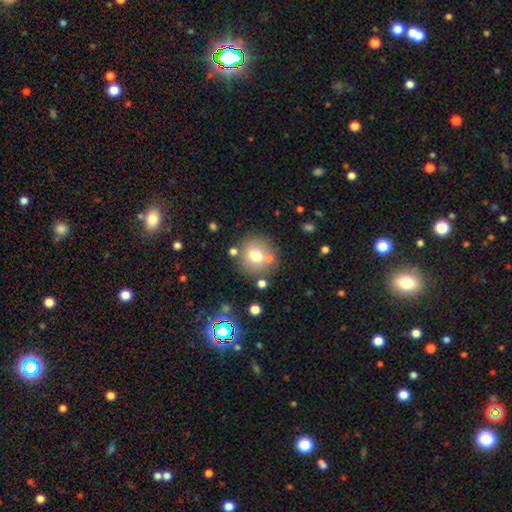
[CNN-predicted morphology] The model was most divided on "smooth or featured": smooth: 68%, featured or disk: 18%, star or artifact: 14%. More confident: how rounded — round (87%); merging — none (74%).